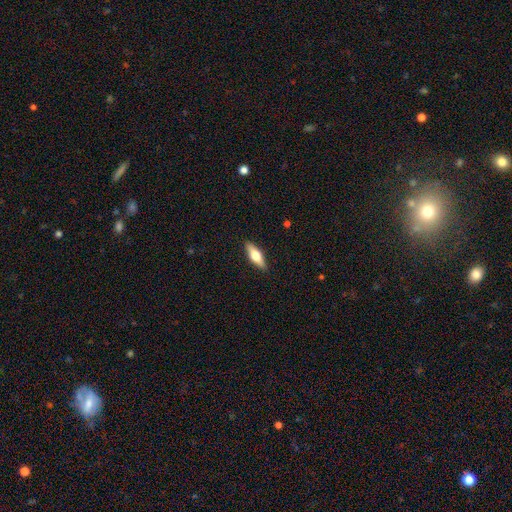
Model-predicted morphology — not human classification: Smooth or featured: smooth — 54% (featured or disk — 40%)
How rounded: in between — 53% (cigar-shaped — 44%)
Merging: none — 89% (minor disturbance — 8%)